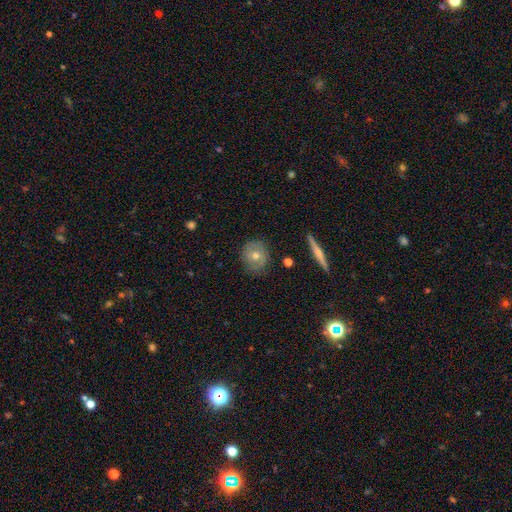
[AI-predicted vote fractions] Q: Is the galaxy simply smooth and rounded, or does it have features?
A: featured or disk — 52%.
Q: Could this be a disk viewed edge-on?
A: no — 83%.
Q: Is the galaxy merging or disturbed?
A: none — 85%.